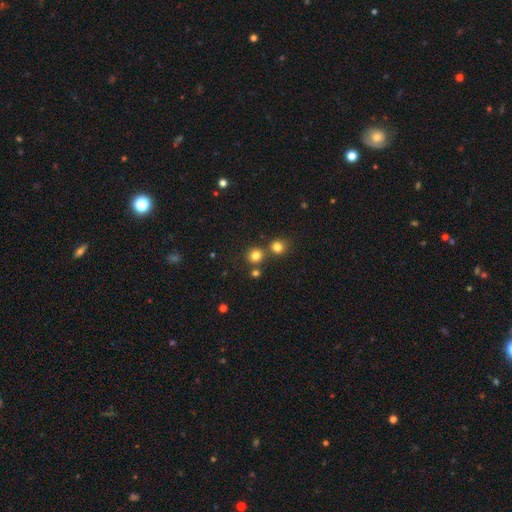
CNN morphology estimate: type=smooth (79%); roundness=round (88%); merging=none (70%).